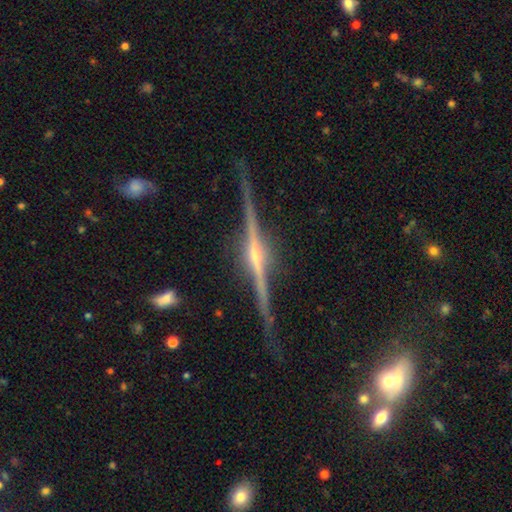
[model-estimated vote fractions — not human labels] Q: Smooth or featured?
A: featured or disk (90%); runner-up: star or artifact (6%)
Q: Edge-on disk?
A: yes (98%); runner-up: no (2%)
Q: Edge-on bulge?
A: rounded (83%); runner-up: boxy (9%)
Q: Merging?
A: none (87%); runner-up: minor disturbance (10%)